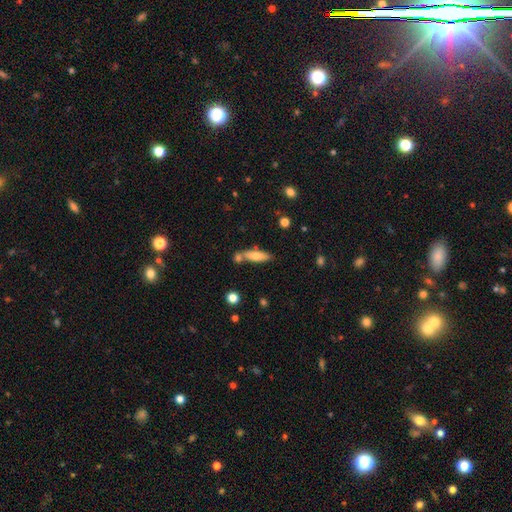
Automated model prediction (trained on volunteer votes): The model was most divided on "how rounded": cigar-shaped: 56%, in between: 42%, round: 2%. More confident: smooth or featured — smooth (73%); merging — none (63%).